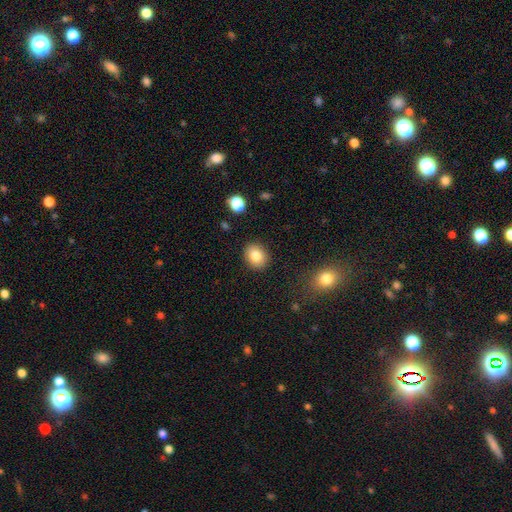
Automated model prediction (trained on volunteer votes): Smooth or featured? smooth (82%)
How rounded? round (61%)
Merging? none (89%)